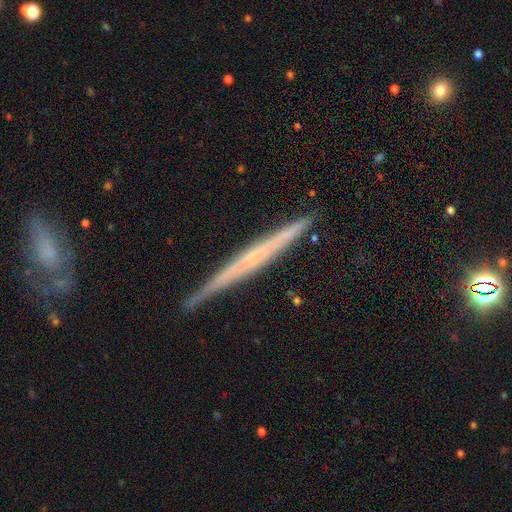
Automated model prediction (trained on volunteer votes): Smooth or featured? featured or disk (65%)
Edge-on disk? yes (97%)
Edge-on bulge? none (69%)
Merging? none (84%)